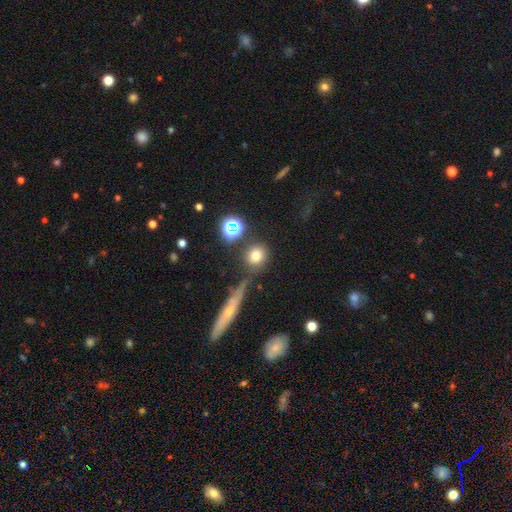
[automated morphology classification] Smooth or featured? Predicted: smooth (p=0.73). How rounded? Predicted: round (p=0.84). Merging? Predicted: none (p=0.77).